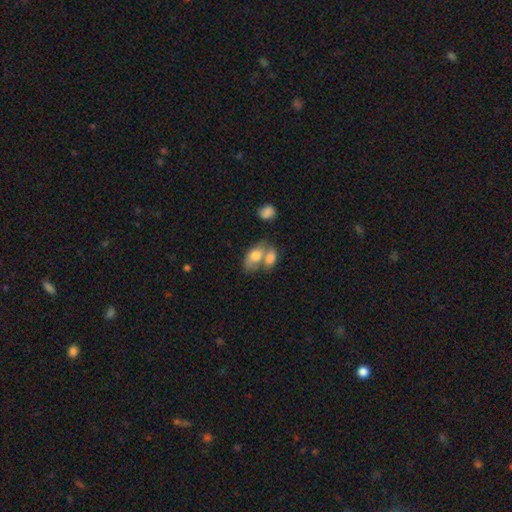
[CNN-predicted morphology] Smooth or featured? Predicted: smooth (p=0.75). How rounded? Predicted: in between (p=0.87). Merging? Predicted: merger (p=0.60).